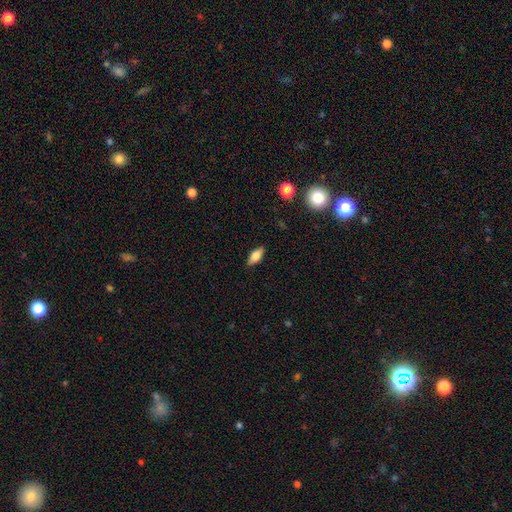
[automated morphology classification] A smooth galaxy with no disk features (65%) that is in between round and cigar-shaped (78%). Merging: none (88%).